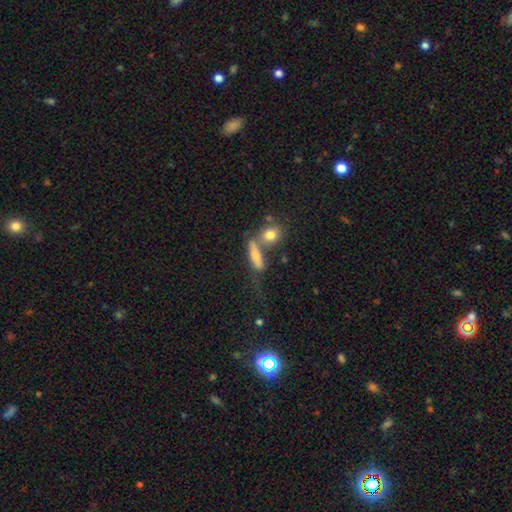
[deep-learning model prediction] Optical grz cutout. It shows a smooth galaxy with no disk features (71%) that is cigar-shaped (53%). Merging: none (41%).